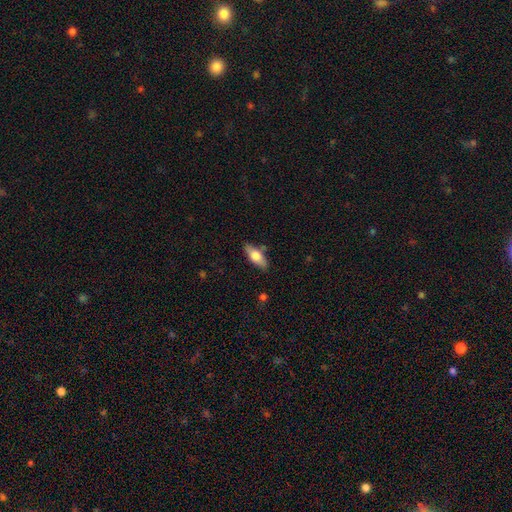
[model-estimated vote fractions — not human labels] Smooth or featured?
  - smooth: 64% *
  - featured or disk: 30%
  - star or artifact: 6%
How rounded?
  - in between: 71% *
  - cigar-shaped: 26%
  - round: 3%
Merging?
  - none: 80% *
  - minor disturbance: 14%
  - major disturbance: 3%
  - merger: 3%